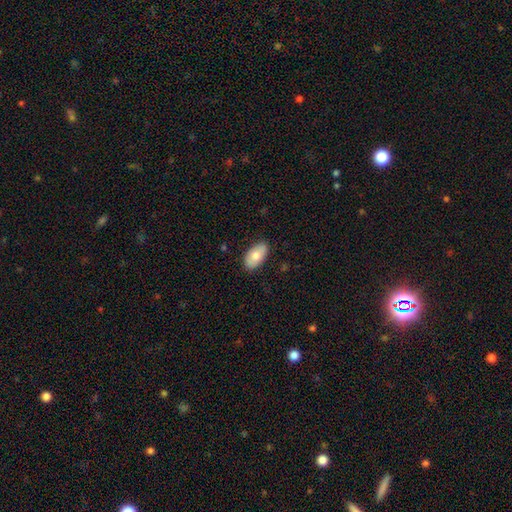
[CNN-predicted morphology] Smooth or featured? Predicted: smooth (p=0.75). How rounded? Predicted: in between (p=0.95). Merging? Predicted: none (p=0.86).